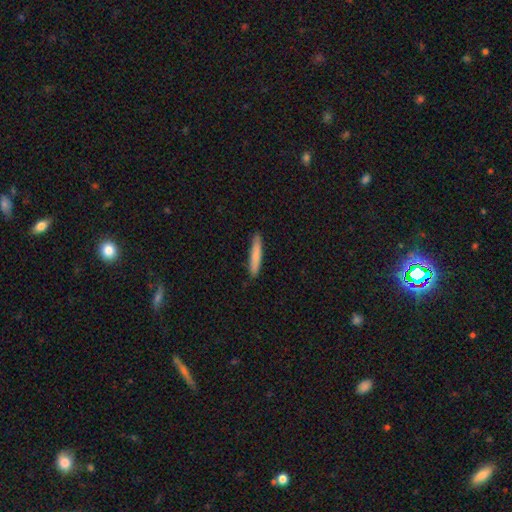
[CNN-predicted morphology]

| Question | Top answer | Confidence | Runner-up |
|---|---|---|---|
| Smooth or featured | smooth | 81% | featured or disk (14%) |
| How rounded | cigar-shaped | 93% | in between (6%) |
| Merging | none | 89% | minor disturbance (8%) |